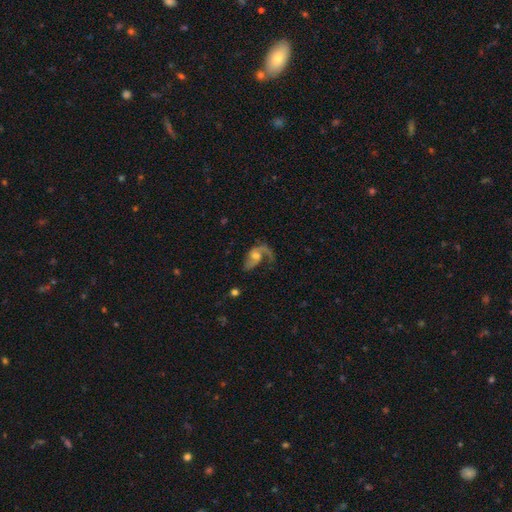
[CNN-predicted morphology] smooth_or_featured: featured or disk (p=0.82) [alt: smooth p=0.12]
disk_edge_on: no (p=0.97) [alt: yes p=0.03]
bar: no (p=0.61) [alt: weak p=0.31]
has_spiral_arms: yes (p=0.92) [alt: no p=0.08]
spiral_winding: loose (p=0.63) [alt: medium p=0.30]
spiral_arm_count: 2 (p=0.64) [alt: 1 p=0.30]
bulge_size: moderate (p=0.53) [alt: small p=0.34]
merging: none (p=0.41) [alt: major disturbance p=0.36]